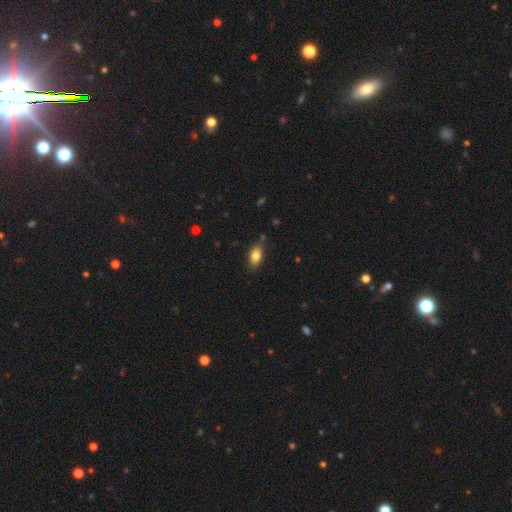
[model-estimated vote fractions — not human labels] smooth 82%, featured or disk 10%, star or artifact 8%. Down the decision tree: how rounded — in between (89%); merging — none (80%).